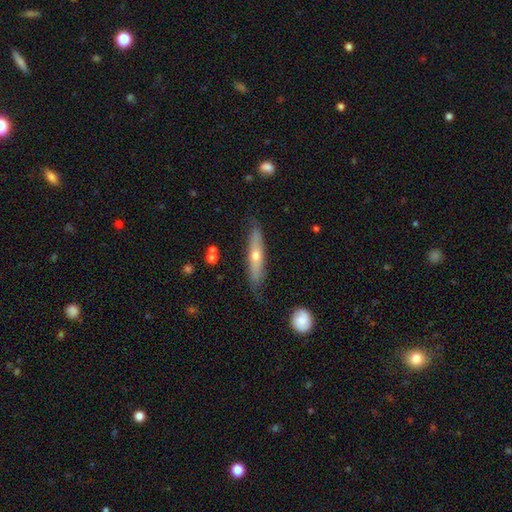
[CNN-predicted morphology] featured or disk 54%, smooth 40%, star or artifact 6%. Down the decision tree: edge-on disk — yes (80%); merging — none (78%).